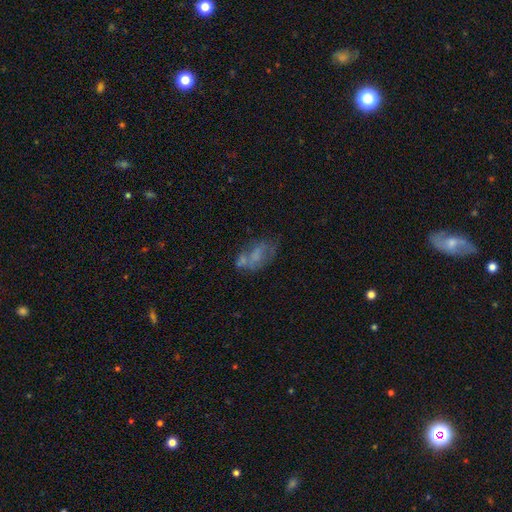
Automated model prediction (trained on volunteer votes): smooth_or_featured: featured or disk (p=0.46) [alt: smooth p=0.42]
merging: none (p=0.39) [alt: minor disturbance p=0.21]